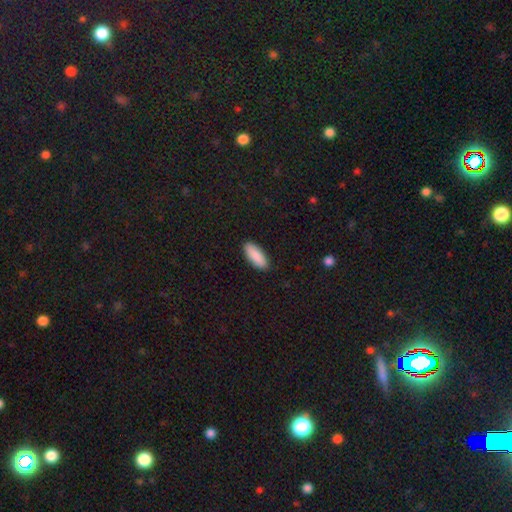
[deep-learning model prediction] Smooth or featured? smooth (90%)
How rounded? in between (78%)
Merging? none (90%)